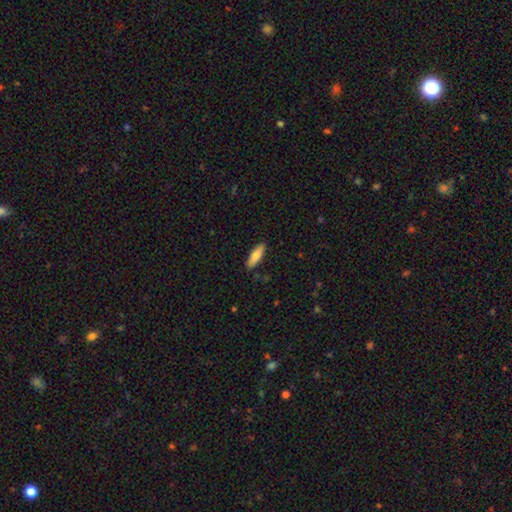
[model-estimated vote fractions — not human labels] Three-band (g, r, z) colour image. It shows a smooth galaxy with no disk features (80%) that is in between round and cigar-shaped (50%). Merging: none (89%).